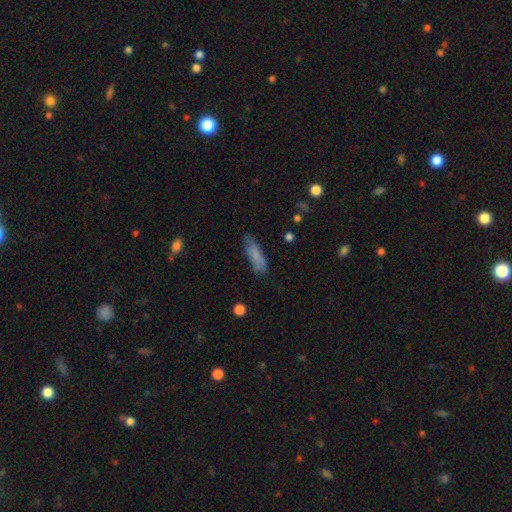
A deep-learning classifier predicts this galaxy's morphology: Smooth or featured? smooth (79%)
How rounded? cigar-shaped (54%)
Merging? none (73%)